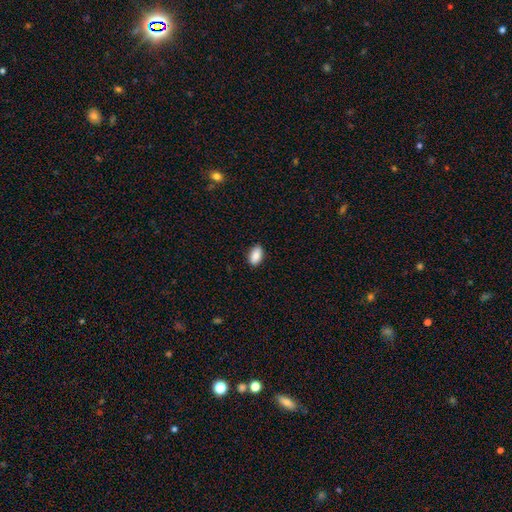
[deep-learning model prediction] This appears to be a smooth galaxy with no disk features (89%) that is in between round and cigar-shaped (93%). Merging: none (86%).